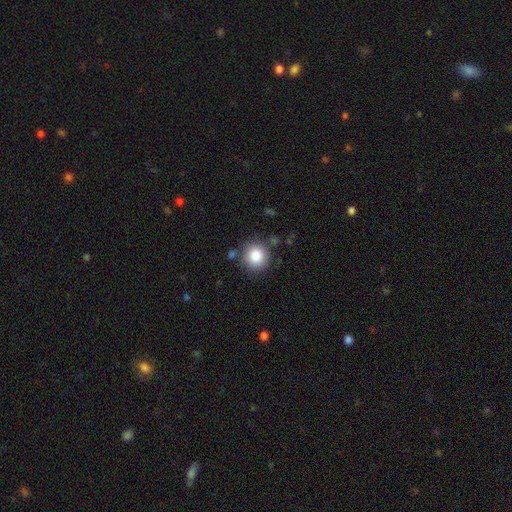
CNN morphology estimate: A smooth galaxy with no disk features (85%) that is round (91%). Merging: none (82%).